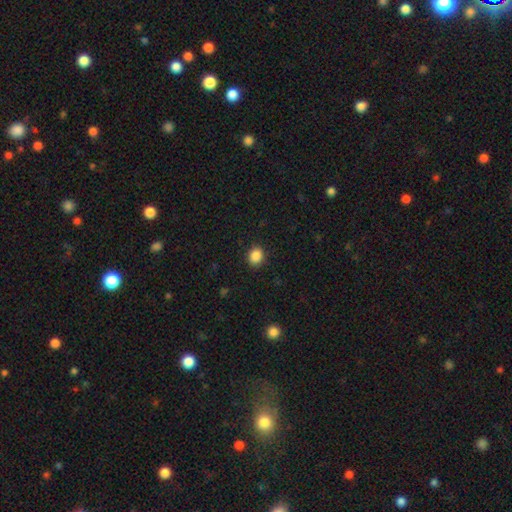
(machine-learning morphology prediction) A smooth galaxy with no disk features (87%) that is round (64%). Merging: none (90%).